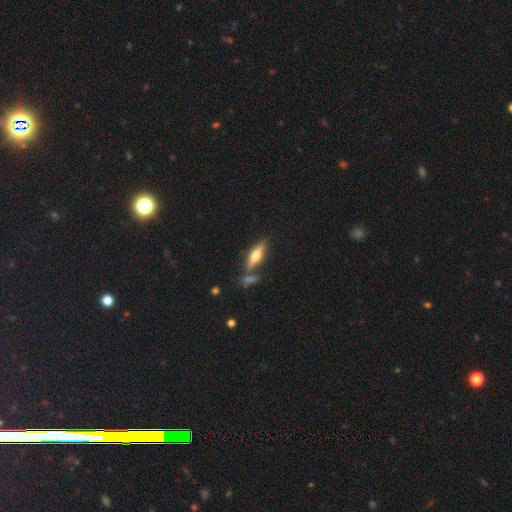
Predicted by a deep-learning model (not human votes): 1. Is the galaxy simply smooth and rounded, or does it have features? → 49% featured or disk, 44% smooth, 7% star or artifact.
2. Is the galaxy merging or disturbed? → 71% none, 14% merger, 12% minor disturbance, 3% major disturbance.